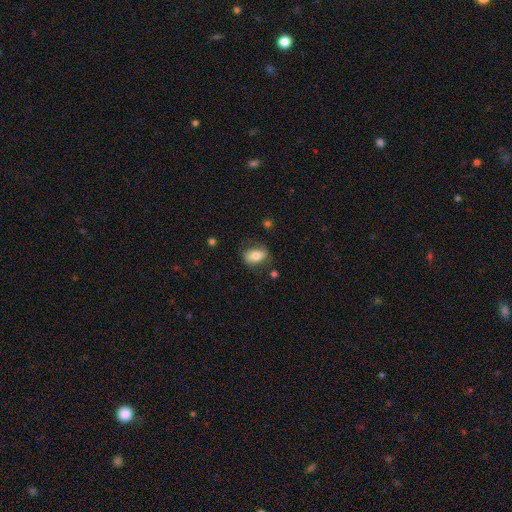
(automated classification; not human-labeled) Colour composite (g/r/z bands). It shows a smooth galaxy with no disk features (71%) that is in between round and cigar-shaped (81%). Merging: none (65%).